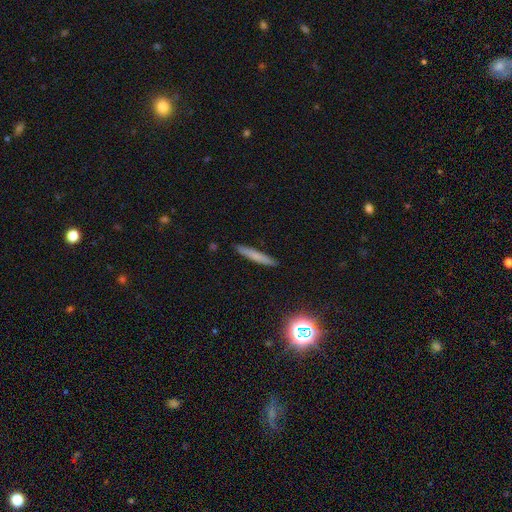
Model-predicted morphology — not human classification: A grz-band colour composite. It shows a smooth galaxy with no disk features (65%) that is cigar-shaped (94%). Merging: none (90%).